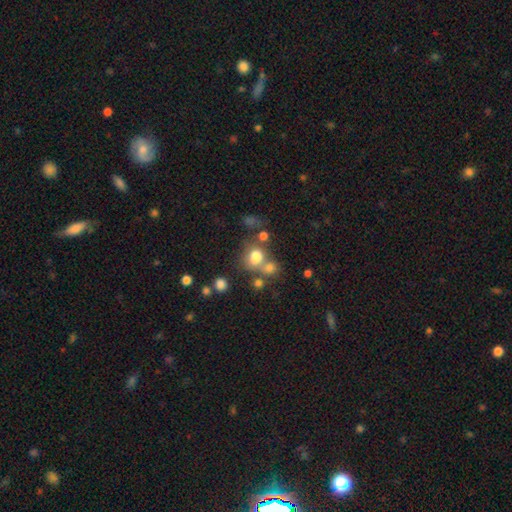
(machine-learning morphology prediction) The model was most divided on "merging": none: 43%, merger: 36%, minor disturbance: 12%, major disturbance: 9%. More confident: smooth or featured — smooth (73%); how rounded — round (68%).